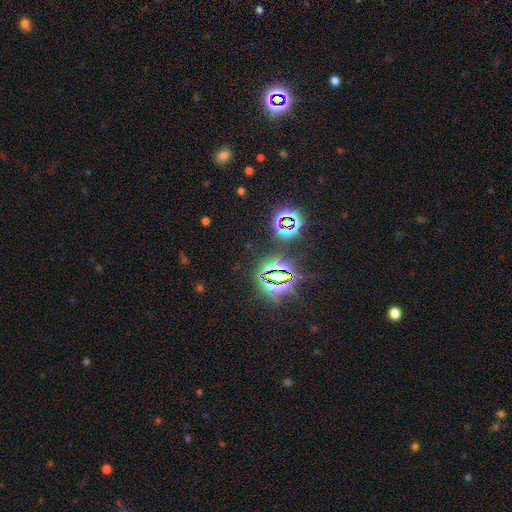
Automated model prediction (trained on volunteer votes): The model was most divided on "smooth or featured": star or artifact: 81%, smooth: 11%, featured or disk: 8%.